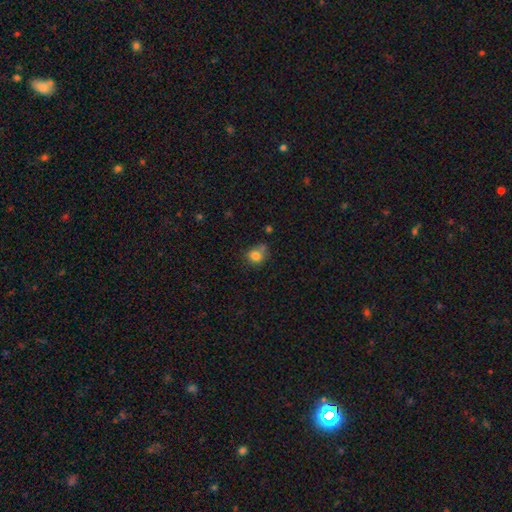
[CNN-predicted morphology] This appears to be a smooth galaxy with no disk features (80%) that is round (67%). Merging: none (51%).